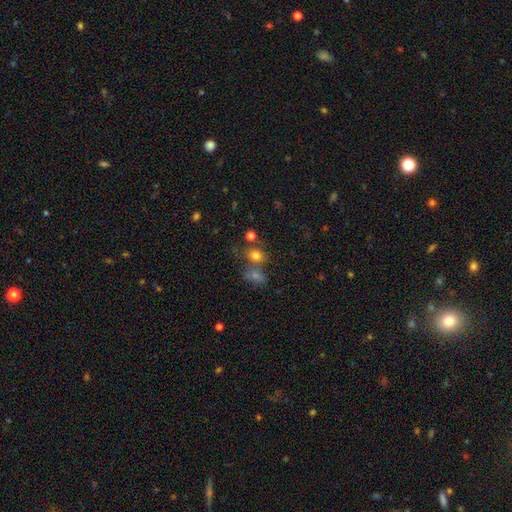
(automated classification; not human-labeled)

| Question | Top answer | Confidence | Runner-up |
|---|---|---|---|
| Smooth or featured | smooth | 75% | star or artifact (15%) |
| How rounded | round | 64% | in between (34%) |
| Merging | none | 52% | merger (31%) |